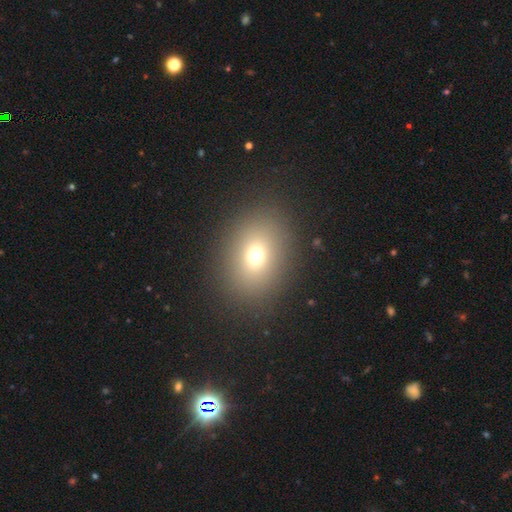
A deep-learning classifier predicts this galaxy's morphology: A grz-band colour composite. It shows a smooth galaxy with no disk features (71%) that is in between round and cigar-shaped (55%). Merging: none (87%).